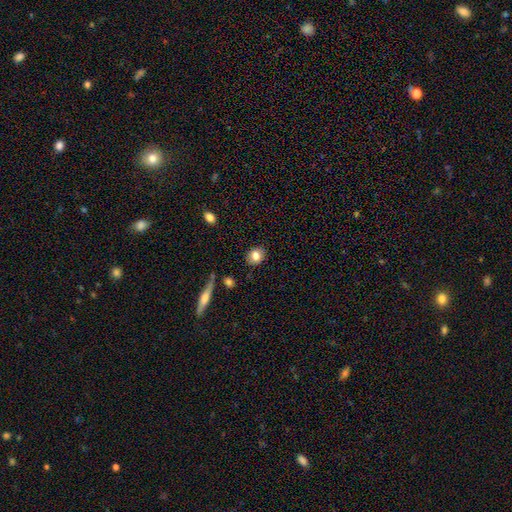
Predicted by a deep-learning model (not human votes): The model was most divided on "how rounded": round: 64%, in between: 34%, cigar-shaped: 2%. More confident: merging — none (87%); smooth or featured — smooth (79%).